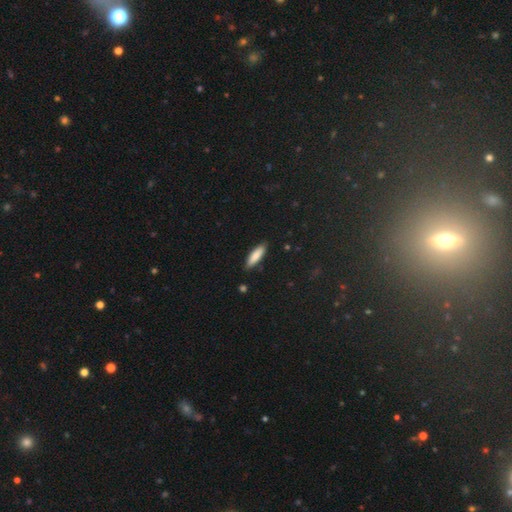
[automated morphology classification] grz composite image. It shows a smooth galaxy with no disk features (84%) that is cigar-shaped (64%). Merging: none (87%).